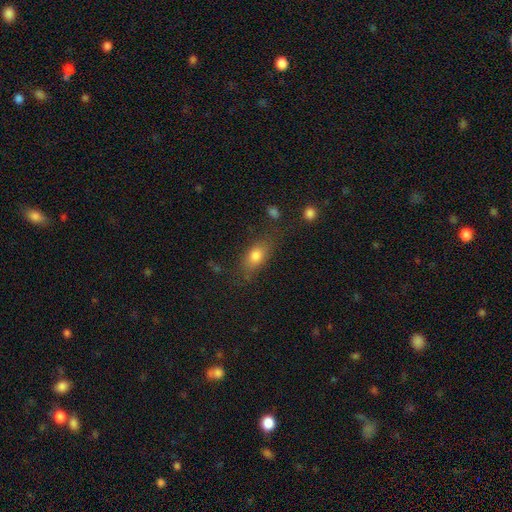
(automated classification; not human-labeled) Smooth or featured: smooth — 76% (featured or disk — 14%)
How rounded: in between — 75% (cigar-shaped — 13%)
Merging: none — 72% (minor disturbance — 18%)